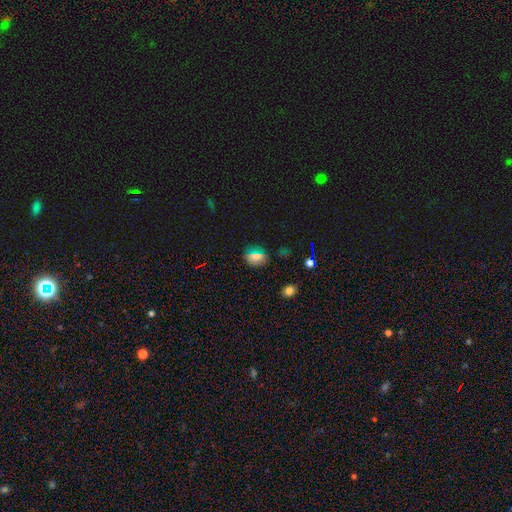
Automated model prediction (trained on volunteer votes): This is possibly a smooth galaxy (54%). How rounded: possibly in between (52%). Merging: clearly none (84%).